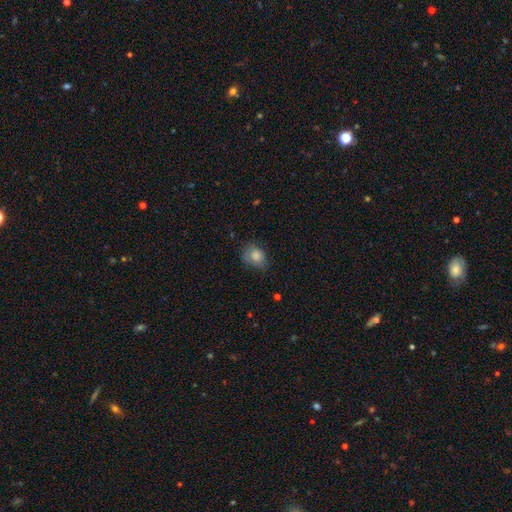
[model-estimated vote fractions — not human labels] smooth-or-featured: smooth: 79% | featured or disk: 11% | star or artifact: 9%
  how-rounded: round: 50% | in between: 48% | cigar-shaped: 1%
  merging: none: 55% | minor disturbance: 31% | major disturbance: 12% | merger: 2%